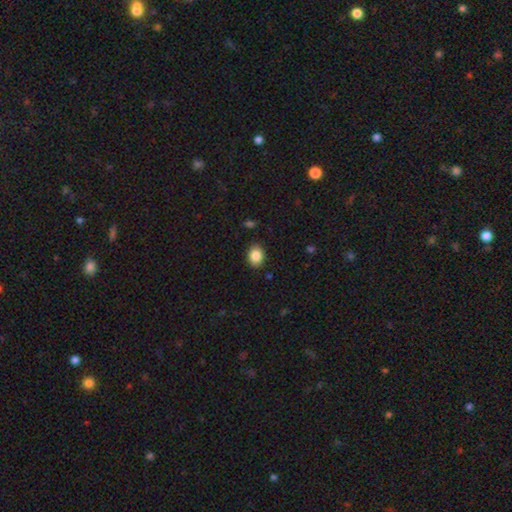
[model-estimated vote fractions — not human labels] A smooth galaxy with no disk features (87%) that is in between round and cigar-shaped (62%). Merging: none (88%).